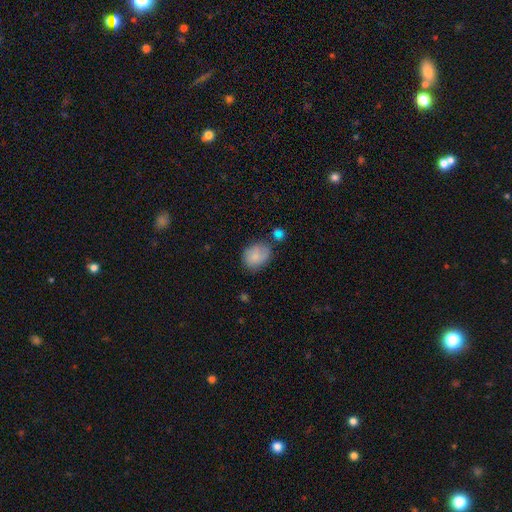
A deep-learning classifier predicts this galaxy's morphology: The model was most divided on "how rounded": in between: 54%, round: 45%, cigar-shaped: 1%. More confident: smooth or featured — smooth (79%); merging — none (50%).